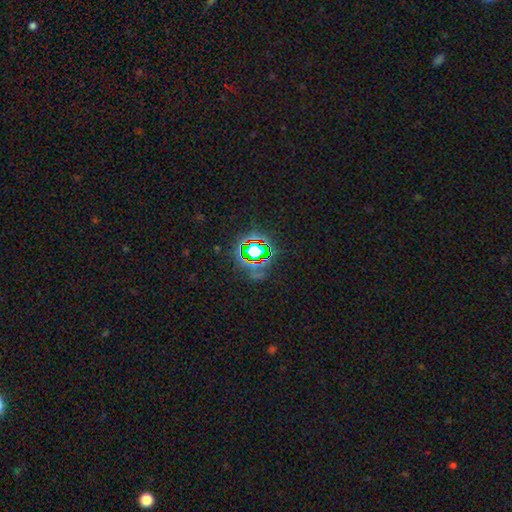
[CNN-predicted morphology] star or artifact 73%, smooth 15%, featured or disk 12%.